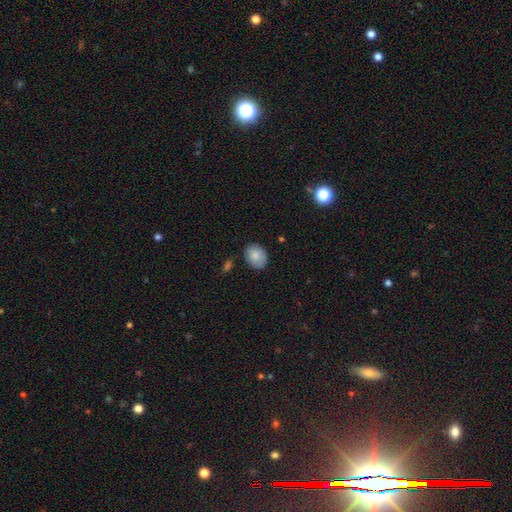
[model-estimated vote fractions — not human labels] Smooth or featured? smooth (84%)
How rounded? in between (62%)
Merging? none (76%)